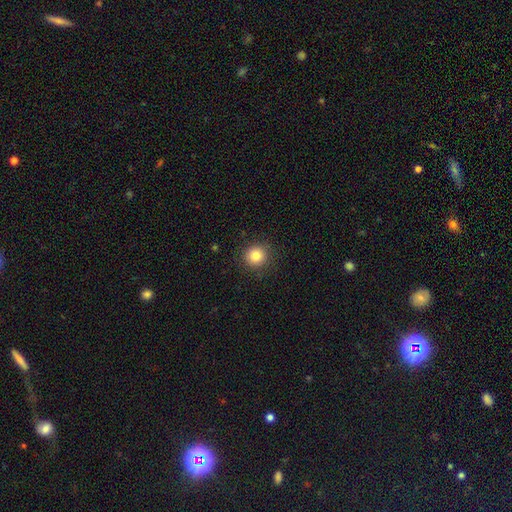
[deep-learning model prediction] Smooth or featured: smooth — 83% (star or artifact — 11%)
How rounded: round — 93% (in between — 7%)
Merging: none — 89% (minor disturbance — 7%)